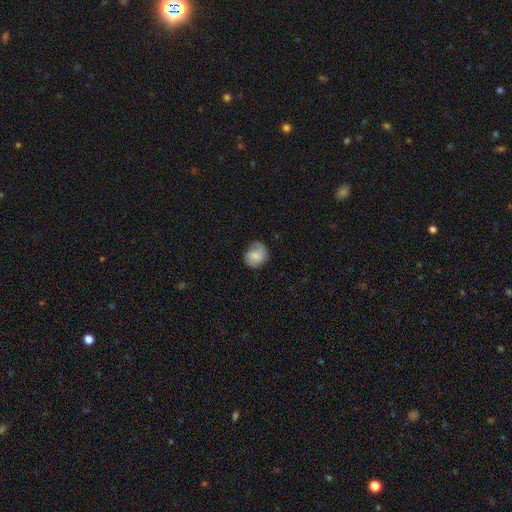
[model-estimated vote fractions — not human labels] Smooth or featured? Predicted: smooth (p=0.63). How rounded? Predicted: round (p=0.67). Merging? Predicted: none (p=0.59).